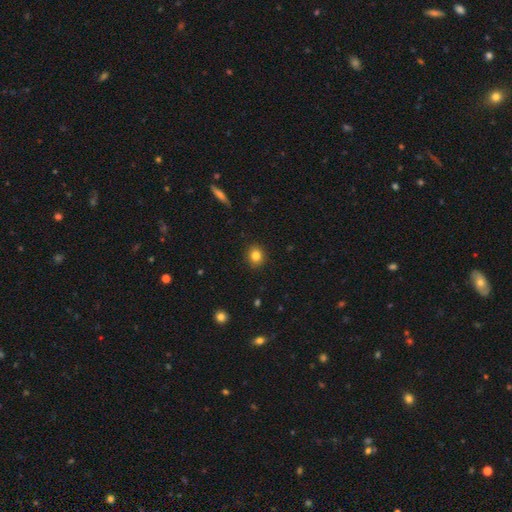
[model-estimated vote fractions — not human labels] This is clearly a smooth galaxy (82%). How rounded: likely round (75%). Merging: clearly none (90%).